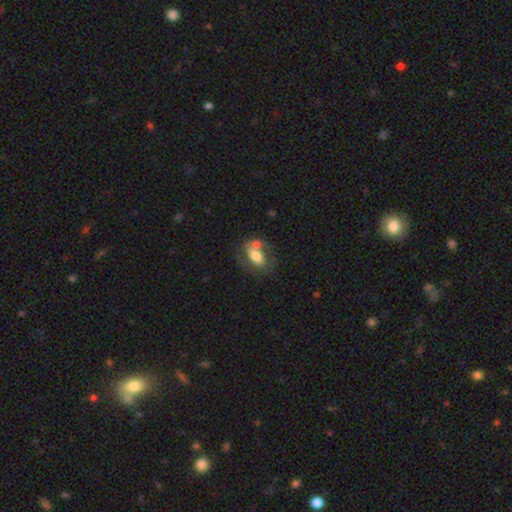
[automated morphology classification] A smooth galaxy with no disk features (49%).

Vote fractions:
- Smooth or featured? smooth: 49% / featured or disk: 44% / star or artifact: 7%
- Merging? none: 39% / merger: 30% / minor disturbance: 18% / major disturbance: 13%